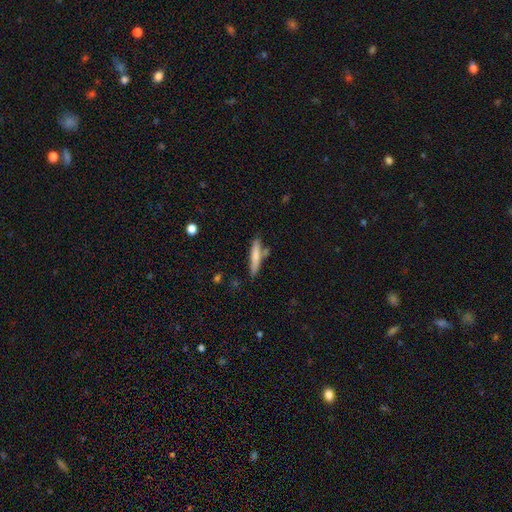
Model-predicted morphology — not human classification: Smooth or featured?
  - smooth: 71% *
  - featured or disk: 23%
  - star or artifact: 6%
How rounded?
  - cigar-shaped: 88% *
  - in between: 11%
  - round: 2%
Merging?
  - none: 70% *
  - minor disturbance: 15%
  - merger: 12%
  - major disturbance: 4%